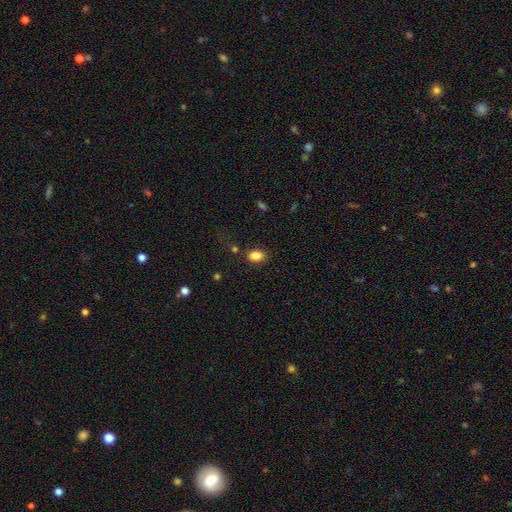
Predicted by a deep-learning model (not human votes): Smooth or featured?
  - smooth: 85% *
  - star or artifact: 10%
  - featured or disk: 5%
How rounded?
  - in between: 79% *
  - round: 19%
  - cigar-shaped: 1%
Merging?
  - none: 81% *
  - minor disturbance: 12%
  - major disturbance: 4%
  - merger: 4%